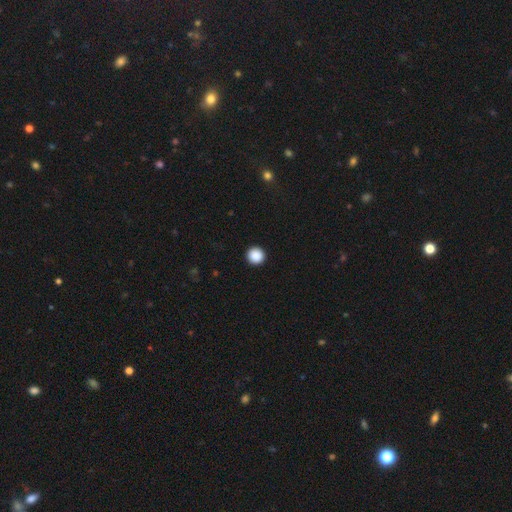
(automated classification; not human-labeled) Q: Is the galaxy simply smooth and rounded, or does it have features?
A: smooth — 89%.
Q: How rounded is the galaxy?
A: round — 96%.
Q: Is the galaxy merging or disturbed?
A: none — 94%.